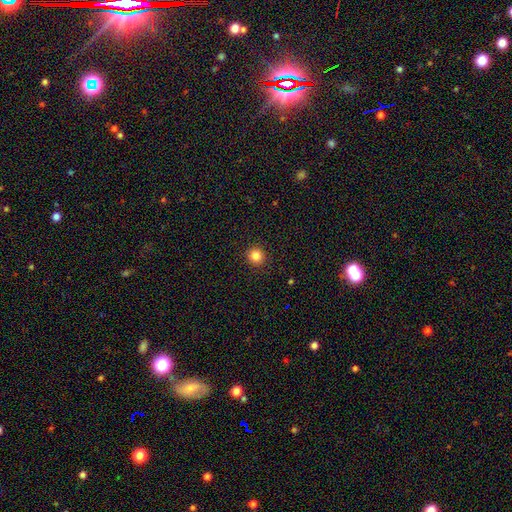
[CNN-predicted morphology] Smooth or featured? Predicted: smooth (p=0.84). How rounded? Predicted: round (p=0.94). Merging? Predicted: none (p=0.92).